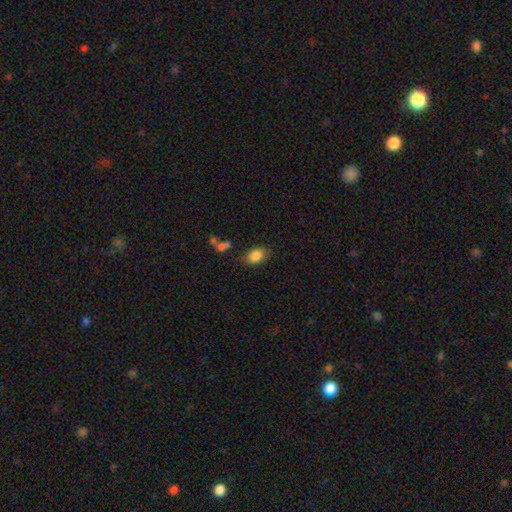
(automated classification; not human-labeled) Overall: smooth (85%). How rounded: in between (82%). Merging: none (76%).